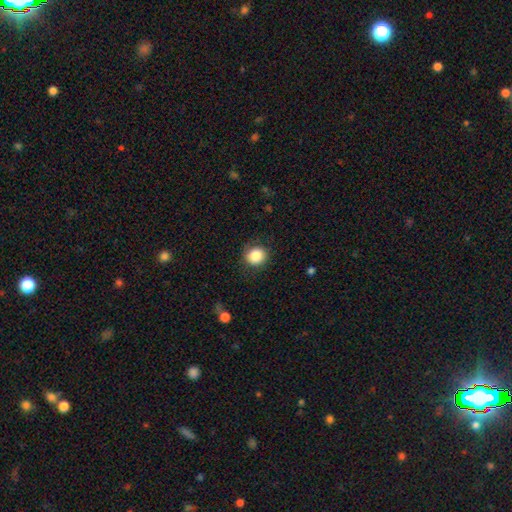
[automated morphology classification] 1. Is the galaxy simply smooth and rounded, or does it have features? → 87% smooth, 9% star or artifact, 5% featured or disk.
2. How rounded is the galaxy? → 84% round, 15% in between, 1% cigar-shaped.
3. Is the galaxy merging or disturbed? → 83% none, 12% minor disturbance, 4% major disturbance, 1% merger.